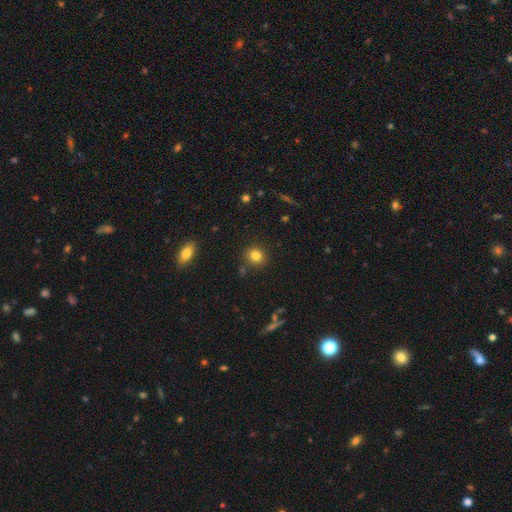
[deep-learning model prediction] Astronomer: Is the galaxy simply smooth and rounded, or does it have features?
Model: smooth — 81%.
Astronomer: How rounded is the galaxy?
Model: round — 87%.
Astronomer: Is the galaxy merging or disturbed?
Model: none — 84%.